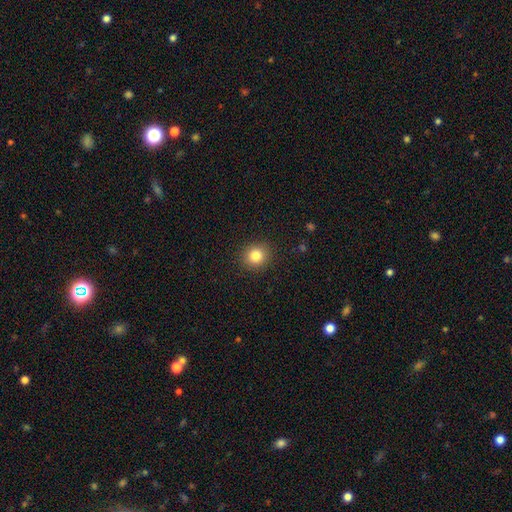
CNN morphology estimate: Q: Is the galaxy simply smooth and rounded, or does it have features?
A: smooth — 83%.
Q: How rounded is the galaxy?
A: round — 85%.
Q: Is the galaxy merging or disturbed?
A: none — 90%.